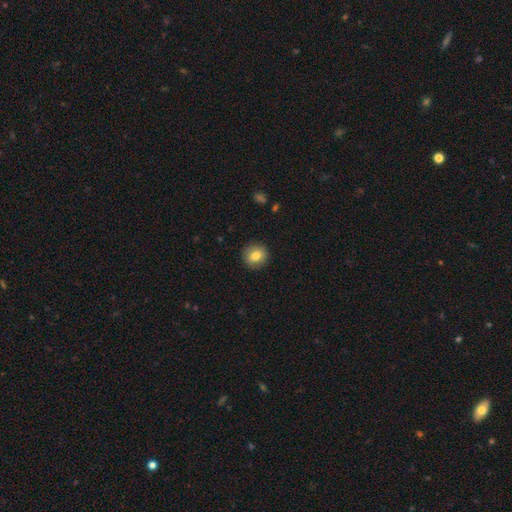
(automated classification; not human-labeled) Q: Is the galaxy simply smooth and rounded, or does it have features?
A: smooth — 79%.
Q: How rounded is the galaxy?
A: round — 87%.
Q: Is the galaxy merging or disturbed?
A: none — 90%.